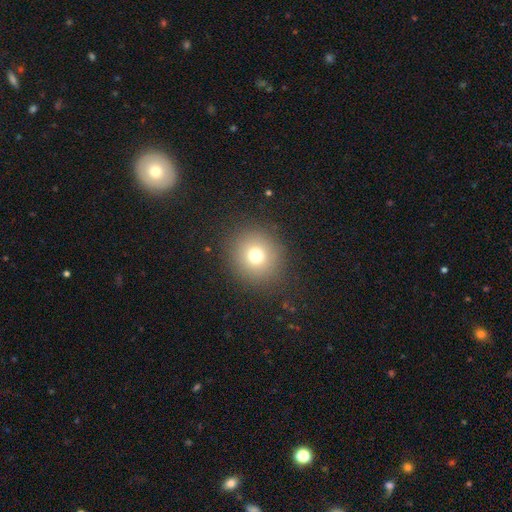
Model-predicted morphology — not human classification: The model was most divided on "smooth or featured": smooth: 73%, star or artifact: 15%, featured or disk: 11%. More confident: how rounded — round (88%); merging — none (88%).